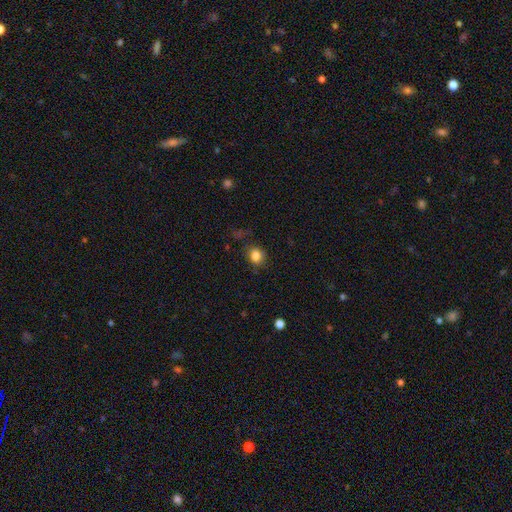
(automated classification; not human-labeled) Q: Smooth or featured?
A: smooth (84%); runner-up: star or artifact (11%)
Q: How rounded?
A: round (68%); runner-up: in between (31%)
Q: Merging?
A: none (76%); runner-up: minor disturbance (16%)